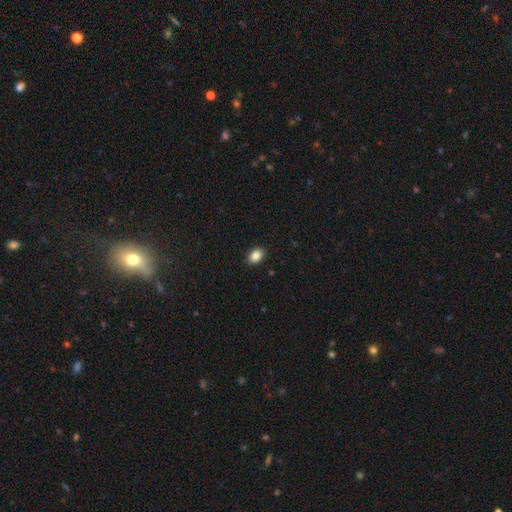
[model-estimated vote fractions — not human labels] A smooth galaxy with no disk features (87%) that is in between round and cigar-shaped (82%). Merging: none (90%).